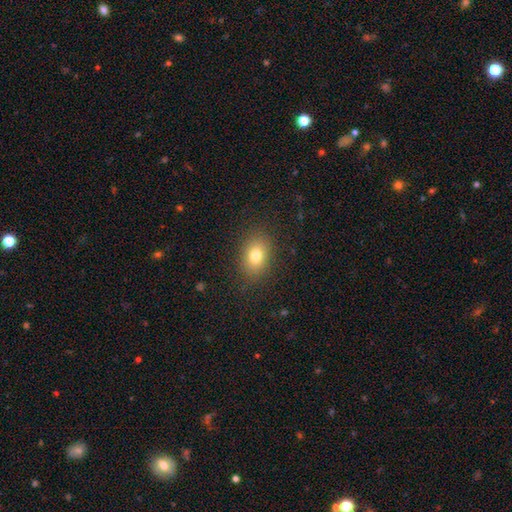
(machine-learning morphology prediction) Smooth or featured? smooth (78%)
How rounded? in between (69%)
Merging? none (86%)